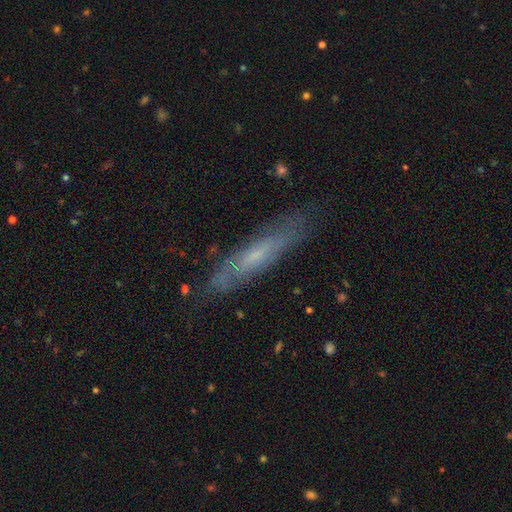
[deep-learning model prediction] The model was most divided on "edge-on disk": yes: 58%, no: 42%. More confident: merging — none (79%); smooth or featured — featured or disk (60%).